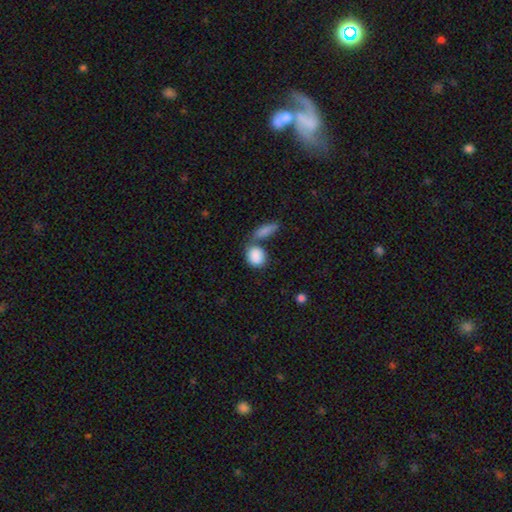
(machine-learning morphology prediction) Smooth or featured? Predicted: smooth (p=0.87). How rounded? Predicted: in between (p=0.50). Merging? Predicted: none (p=0.41, tied with merger).